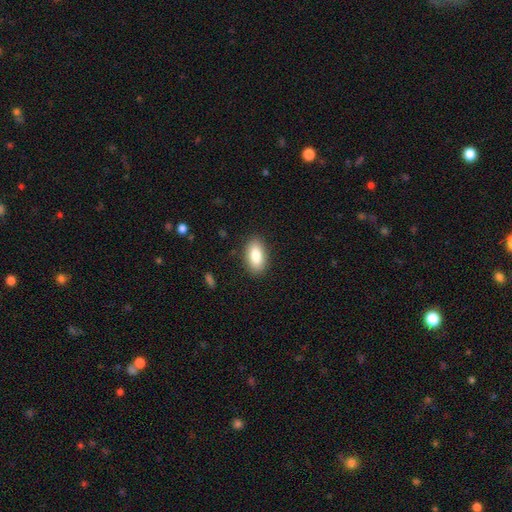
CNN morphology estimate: Q: Smooth or featured?
A: smooth (85%); runner-up: featured or disk (8%)
Q: How rounded?
A: in between (91%); runner-up: cigar-shaped (5%)
Q: Merging?
A: none (88%); runner-up: minor disturbance (9%)